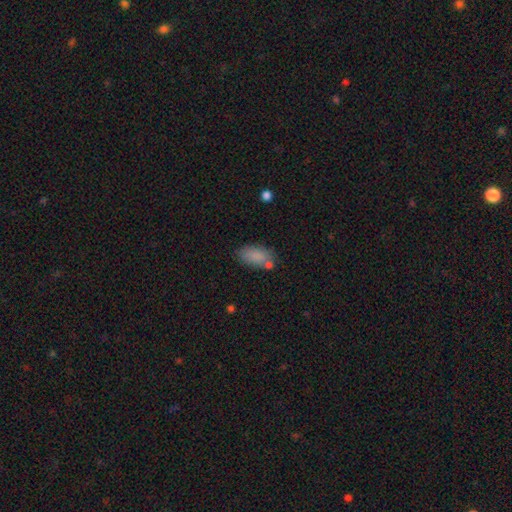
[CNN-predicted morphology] Overall: smooth (85%). How rounded: in between (91%). Merging: none (63%).